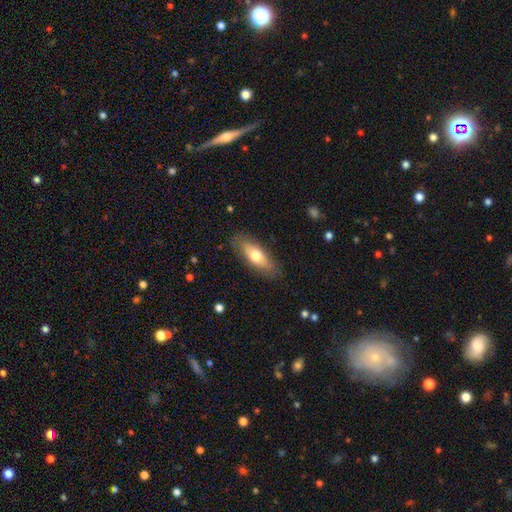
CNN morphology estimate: A smooth galaxy with no disk features (65%) that is in between round and cigar-shaped (69%). Merging: none (83%).